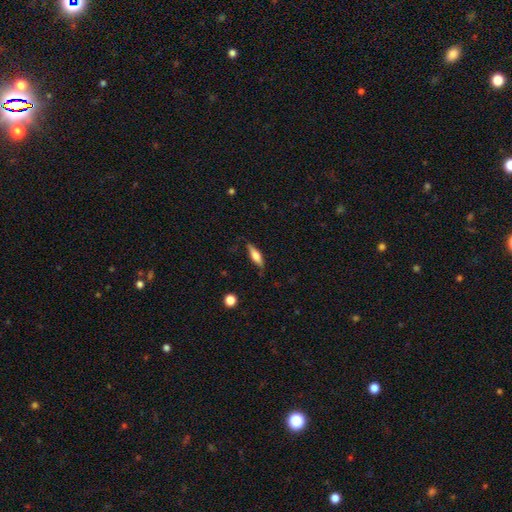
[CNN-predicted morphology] This appears to be a smooth galaxy with no disk features (56%) that is cigar-shaped (55%). Merging: none (77%).